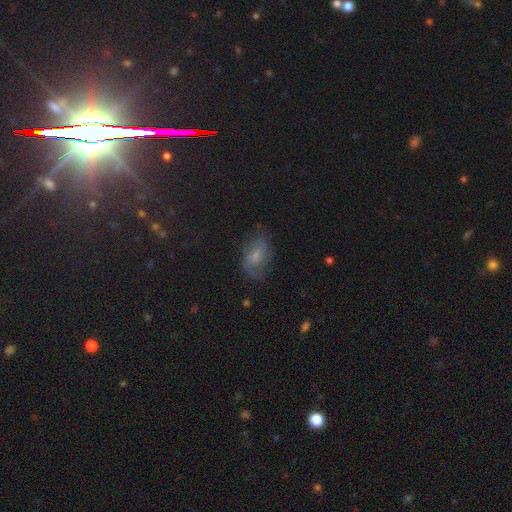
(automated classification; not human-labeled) A smooth galaxy with no disk features (48%). Merging: none (59%).